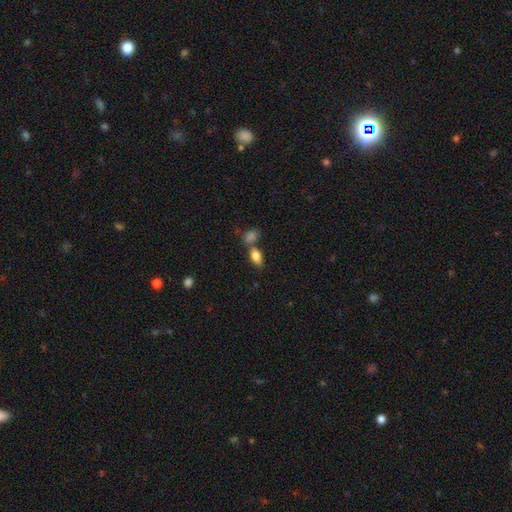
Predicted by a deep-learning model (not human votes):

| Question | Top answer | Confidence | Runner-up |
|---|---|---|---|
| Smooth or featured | smooth | 83% | featured or disk (8%) |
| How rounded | in between | 89% | round (6%) |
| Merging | none | 54% | merger (30%) |